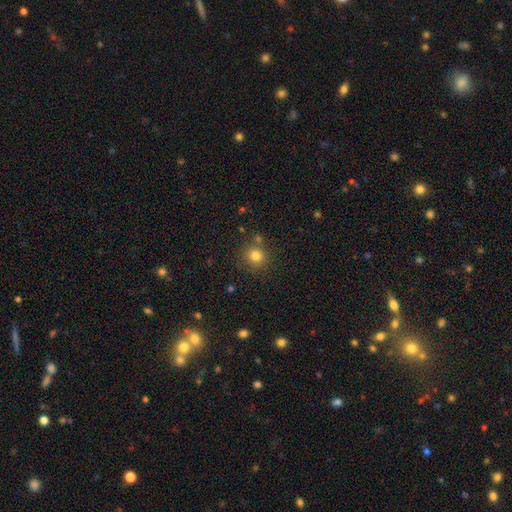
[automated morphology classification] Smooth or featured? smooth (80%)
How rounded? round (90%)
Merging? none (78%)